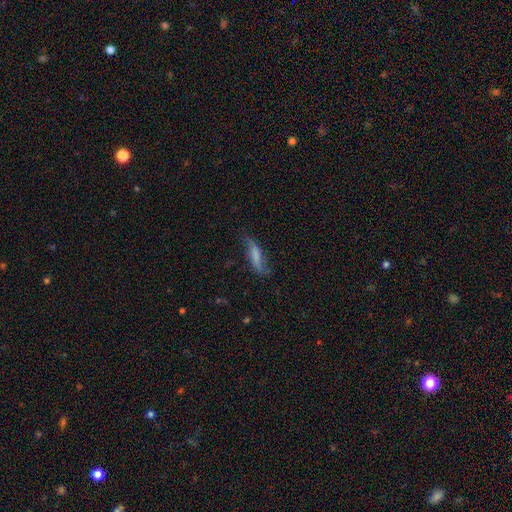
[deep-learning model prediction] A featured or disk galaxy (48%). Merging: none (58%).